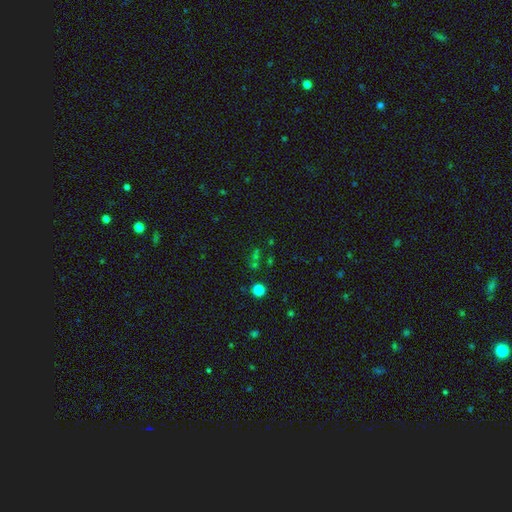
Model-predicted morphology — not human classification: smooth-or-featured: star or artifact: 56% | smooth: 33% | featured or disk: 12%